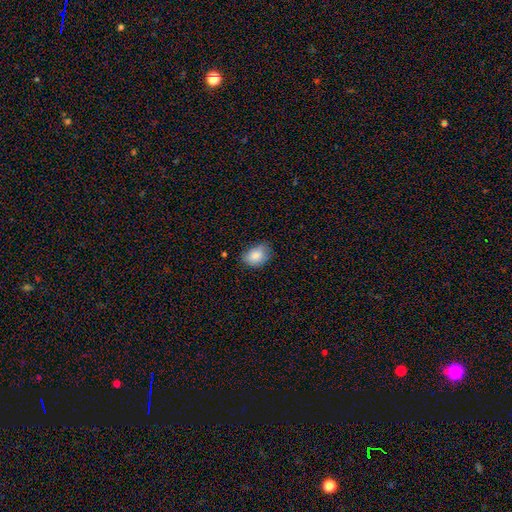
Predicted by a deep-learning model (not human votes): This is clearly a smooth galaxy (85%). How rounded: likely in between (75%). Merging: likely none (70%).